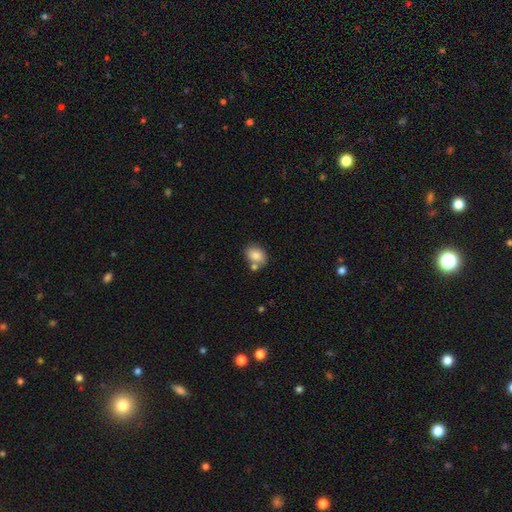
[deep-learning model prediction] smooth 83%, featured or disk 9%, star or artifact 8%. Down the decision tree: how rounded — in between (67%); merging — none (62%).